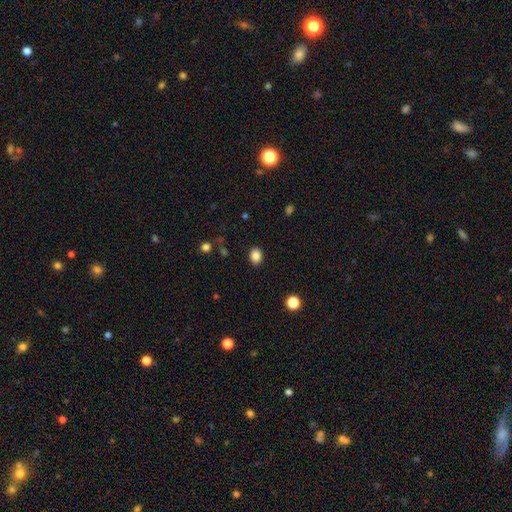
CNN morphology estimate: Smooth or featured? smooth (86%)
How rounded? in between (58%)
Merging? none (89%)